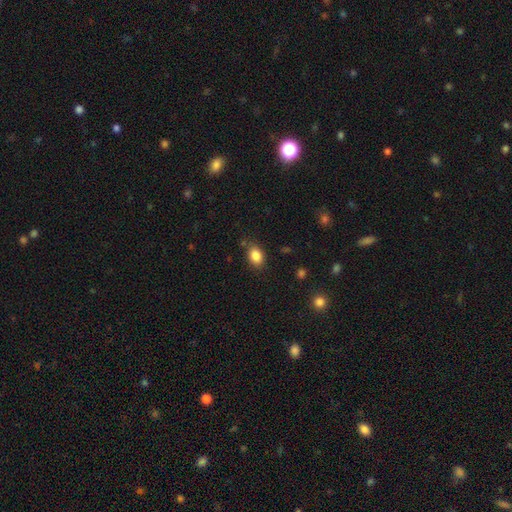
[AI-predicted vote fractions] This is clearly a smooth galaxy (85%). How rounded: likely in between (79%). Merging: clearly none (81%).